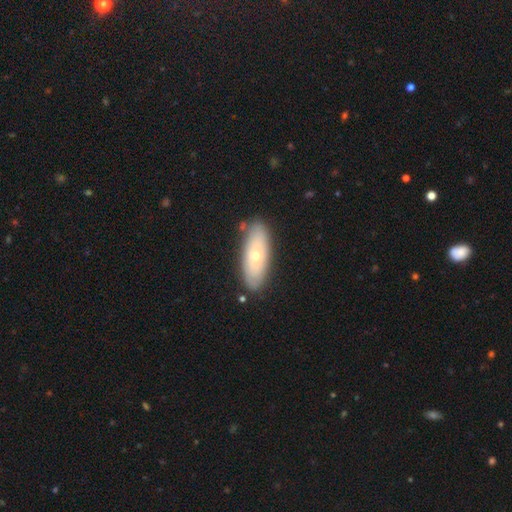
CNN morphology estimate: smooth_or_featured: smooth (p=0.55) [alt: featured or disk p=0.39]
how_rounded: in between (p=0.70) [alt: cigar-shaped p=0.27]
merging: none (p=0.83) [alt: minor disturbance p=0.12]